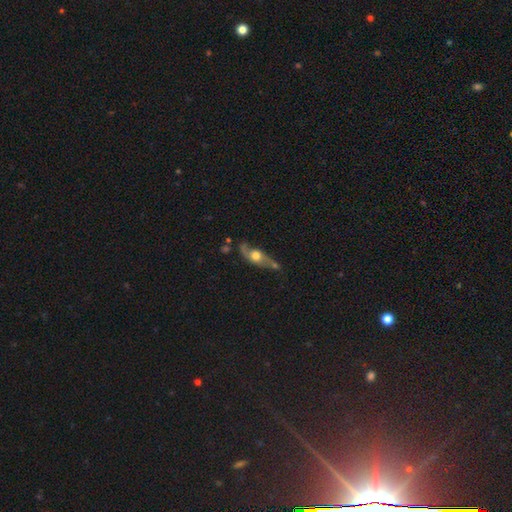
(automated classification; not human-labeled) smooth_or_featured: featured or disk (p=0.58) [alt: smooth p=0.35]
disk_edge_on: no (p=0.61) [alt: yes p=0.39]
merging: none (p=0.49) [alt: minor disturbance p=0.23]